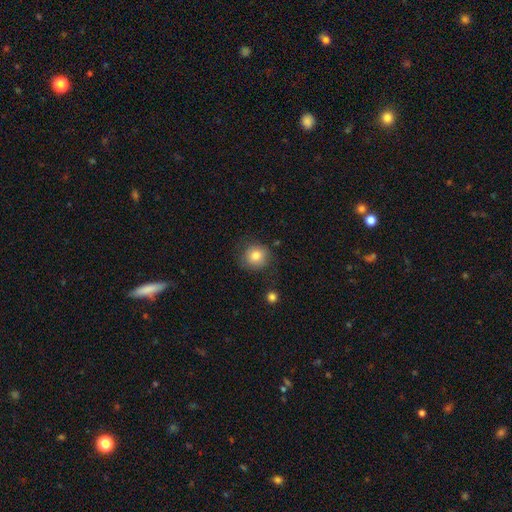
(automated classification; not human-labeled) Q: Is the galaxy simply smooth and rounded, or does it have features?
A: smooth — 81%.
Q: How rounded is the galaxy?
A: round — 87%.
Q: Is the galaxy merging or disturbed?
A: none — 79%.